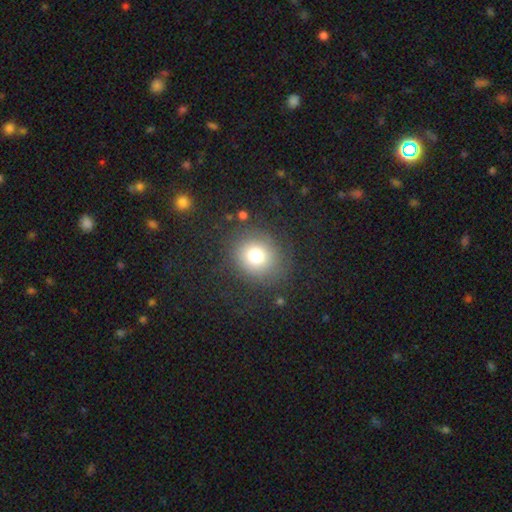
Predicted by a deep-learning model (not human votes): A smooth galaxy with no disk features (75%) that is round (82%).

Vote fractions:
- Smooth or featured? smooth: 75% / star or artifact: 14% / featured or disk: 11%
- How rounded? round: 82% / in between: 17% / cigar-shaped: 1%
- Merging? none: 79% / minor disturbance: 11% / major disturbance: 8% / merger: 2%